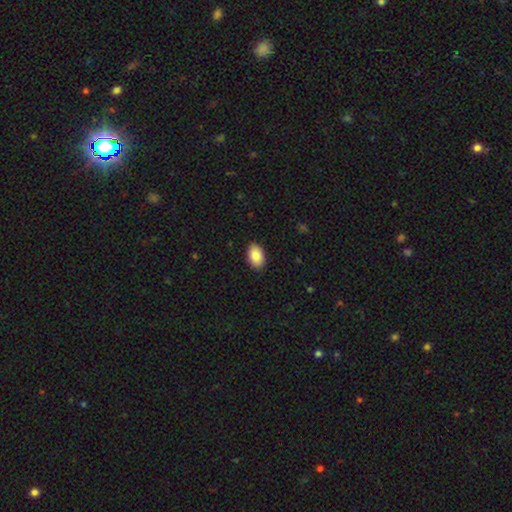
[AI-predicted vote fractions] Smooth or featured? Predicted: smooth (p=0.88). How rounded? Predicted: in between (p=0.91). Merging? Predicted: none (p=0.89).